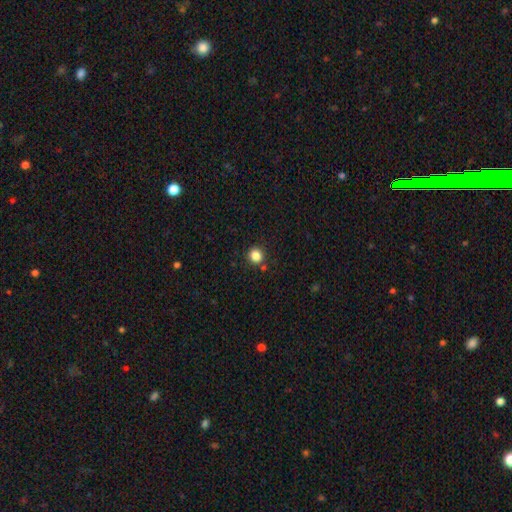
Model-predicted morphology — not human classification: Q: Smooth or featured?
A: smooth (84%); runner-up: star or artifact (12%)
Q: How rounded?
A: round (87%); runner-up: in between (12%)
Q: Merging?
A: none (86%); runner-up: minor disturbance (7%)